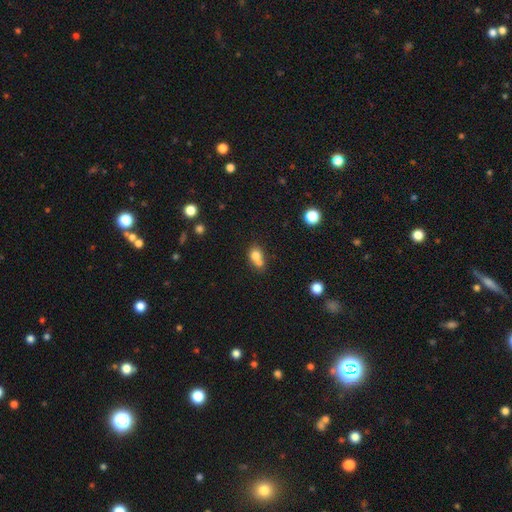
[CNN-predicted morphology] A smooth galaxy with no disk features (74%) that is round (64%). Merging: merger (55%).